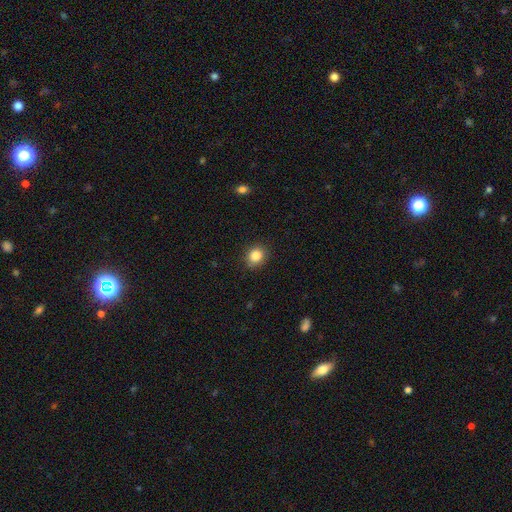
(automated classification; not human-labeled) smooth 84%, star or artifact 11%, featured or disk 6%. Down the decision tree: how rounded — round (75%); merging — none (87%).